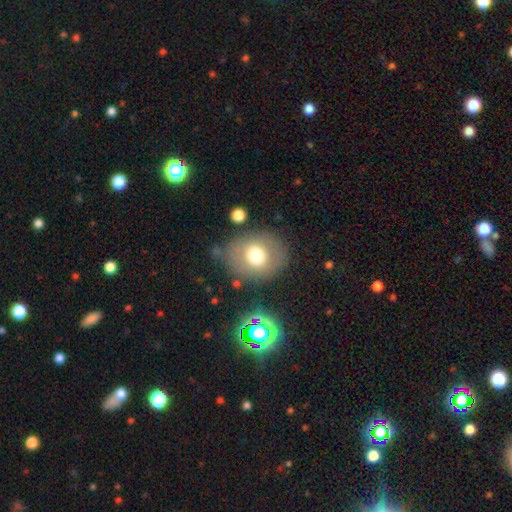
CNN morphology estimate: This is likely a smooth galaxy (66%). How rounded: likely round (64%). Merging: likely none (74%).